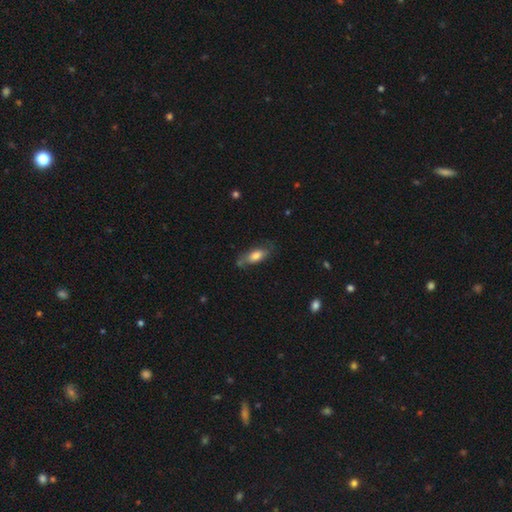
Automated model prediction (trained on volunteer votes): Smooth or featured? smooth (70%)
How rounded? in between (76%)
Merging? none (59%)